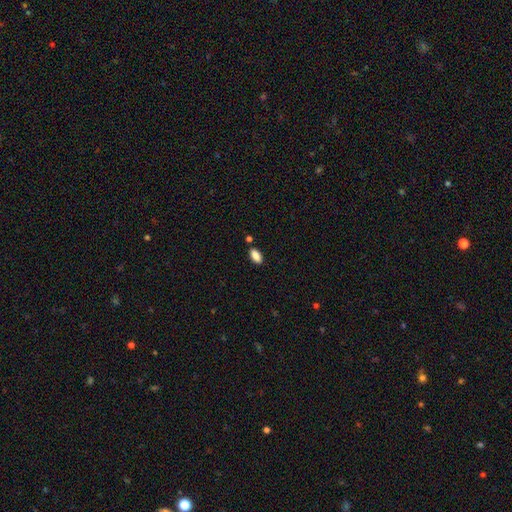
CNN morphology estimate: Smooth or featured: smooth — 87% (star or artifact — 8%)
How rounded: in between — 89% (cigar-shaped — 8%)
Merging: none — 83% (minor disturbance — 10%)